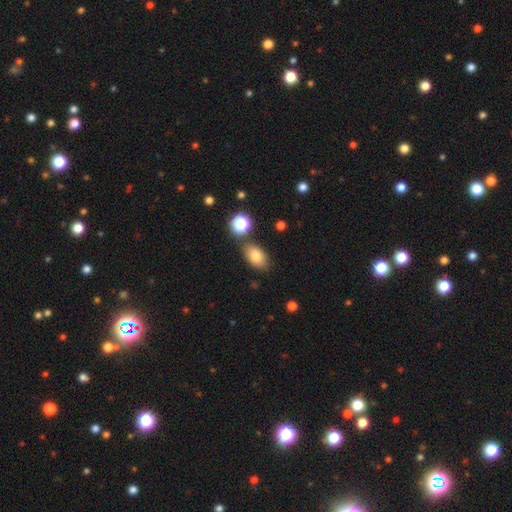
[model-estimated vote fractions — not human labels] Overall: smooth (80%). How rounded: in between (89%). Merging: none (78%).